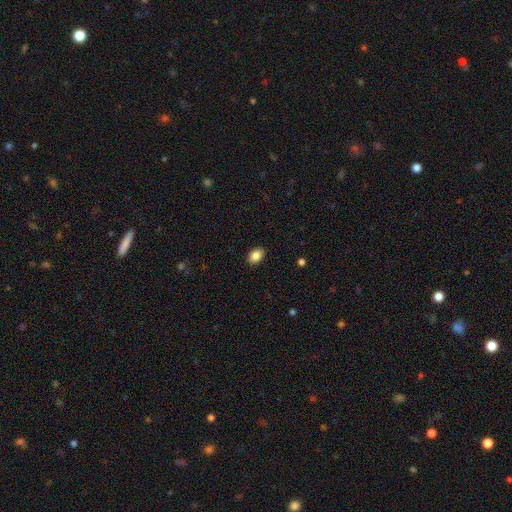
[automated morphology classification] Q: Smooth or featured?
A: smooth (87%); runner-up: star or artifact (8%)
Q: How rounded?
A: in between (77%); runner-up: round (22%)
Q: Merging?
A: none (89%); runner-up: minor disturbance (8%)